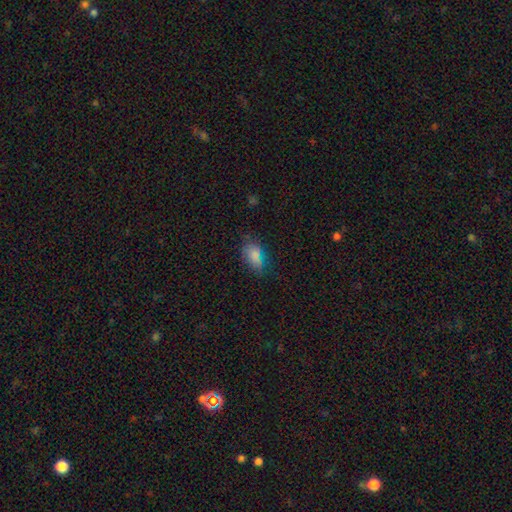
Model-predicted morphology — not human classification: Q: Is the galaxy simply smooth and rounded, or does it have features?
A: smooth — 72%.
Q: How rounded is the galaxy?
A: in between — 86%.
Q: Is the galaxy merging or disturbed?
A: none — 69%.